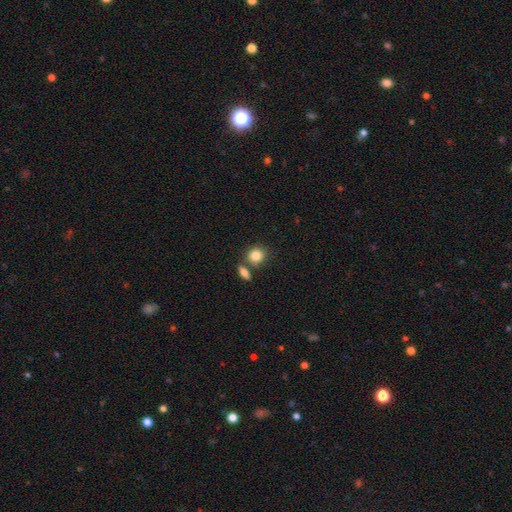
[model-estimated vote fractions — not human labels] Morphology: type=smooth (84%); roundness=round (73%); merging=none (64%).